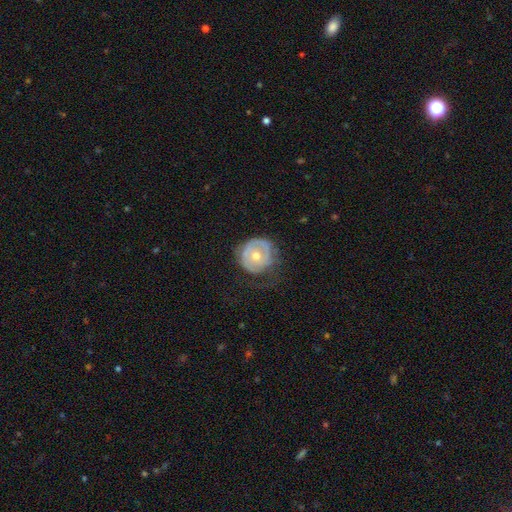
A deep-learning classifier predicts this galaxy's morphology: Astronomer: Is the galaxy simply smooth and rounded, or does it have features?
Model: featured or disk — 54% (runner-up: smooth, 39%).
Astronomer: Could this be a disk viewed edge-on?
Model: no — 96%.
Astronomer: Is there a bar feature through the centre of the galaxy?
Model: no — 81%.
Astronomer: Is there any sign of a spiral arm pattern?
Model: no — 56% (runner-up: yes, 44%).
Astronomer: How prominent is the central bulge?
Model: moderate — 65%.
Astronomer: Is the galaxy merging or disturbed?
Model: none — 50% (runner-up: minor disturbance, 28%).